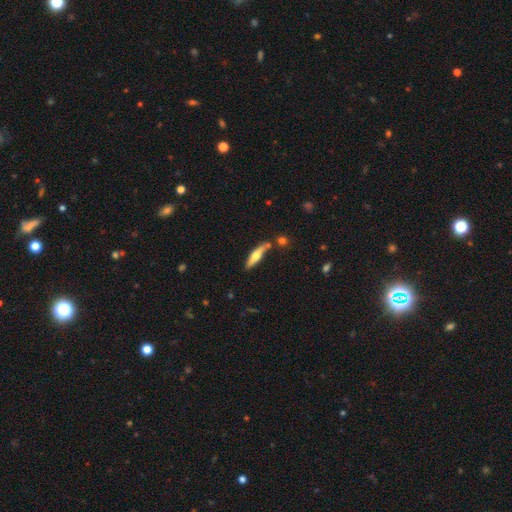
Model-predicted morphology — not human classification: Smooth or featured: smooth — 48% (featured or disk — 47%)
Merging: none — 72% (minor disturbance — 15%)